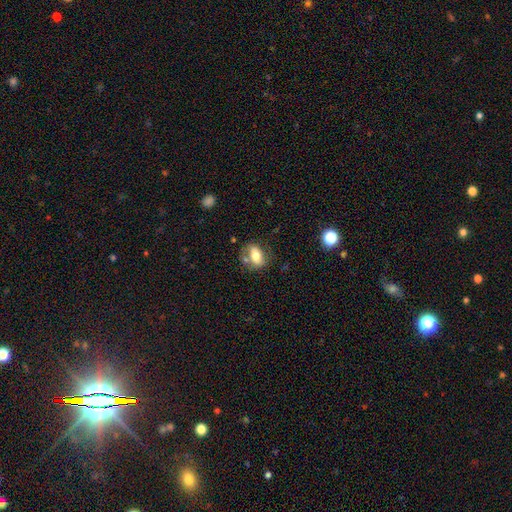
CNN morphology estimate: Smooth or featured? Predicted: smooth (p=0.59). How rounded? Predicted: in between (p=0.79). Merging? Predicted: none (p=0.61).